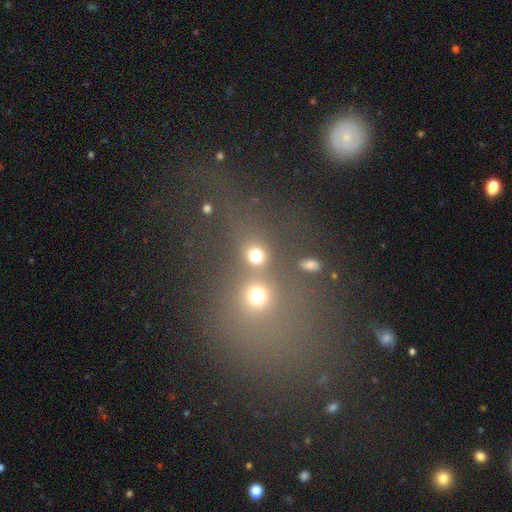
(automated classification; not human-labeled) Smooth or featured: smooth — 76% (star or artifact — 17%)
How rounded: round — 82% (in between — 17%)
Merging: none — 52% (merger — 36%)